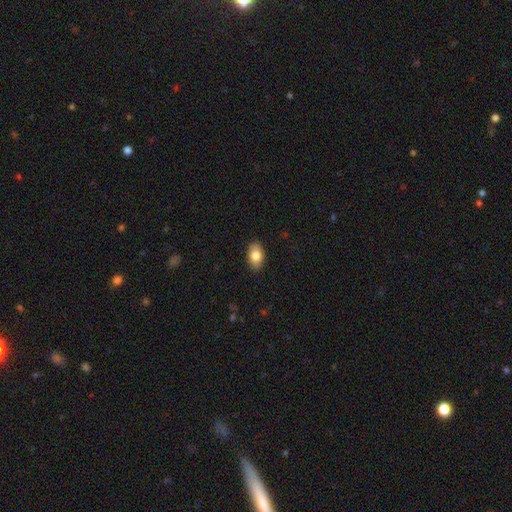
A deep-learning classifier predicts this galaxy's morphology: Smooth or featured: smooth — 81% (featured or disk — 12%)
How rounded: in between — 91% (round — 7%)
Merging: none — 89% (minor disturbance — 8%)